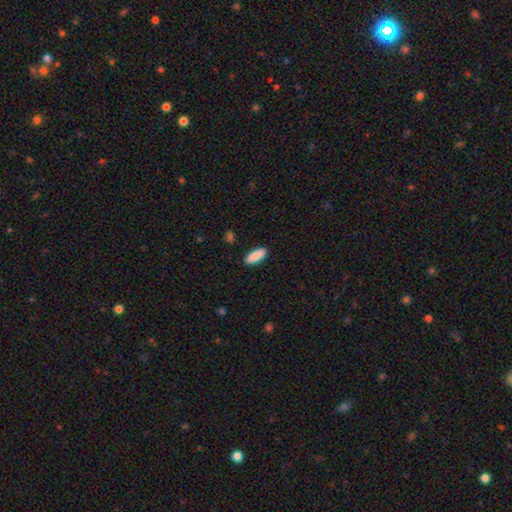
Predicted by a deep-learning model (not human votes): The model was most divided on "how rounded": in between: 66%, cigar-shaped: 33%, round: 2%. More confident: merging — none (90%); smooth or featured — smooth (89%).